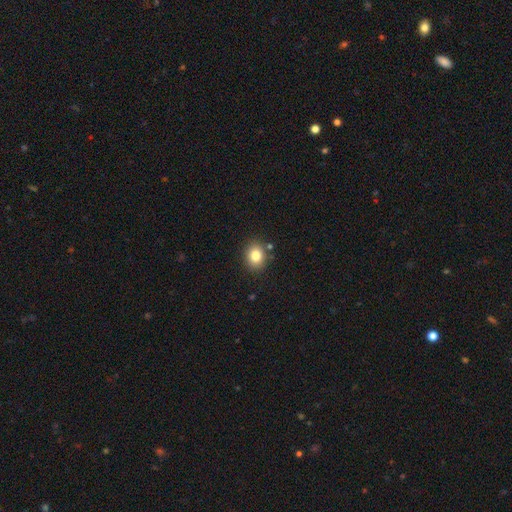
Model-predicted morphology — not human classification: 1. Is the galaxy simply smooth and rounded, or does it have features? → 82% smooth, 11% star or artifact, 7% featured or disk.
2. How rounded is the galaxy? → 62% round, 37% in between, 1% cigar-shaped.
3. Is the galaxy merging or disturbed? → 85% none, 9% minor disturbance, 4% merger, 2% major disturbance.